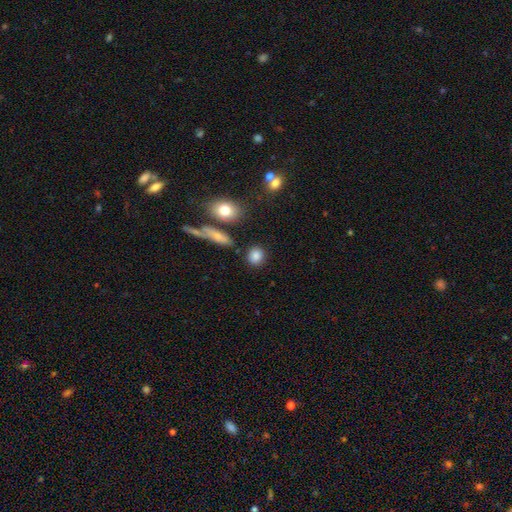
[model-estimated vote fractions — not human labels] The model was most divided on "how rounded": round: 73%, in between: 24%, cigar-shaped: 3%. More confident: smooth or featured — smooth (84%); merging — none (83%).